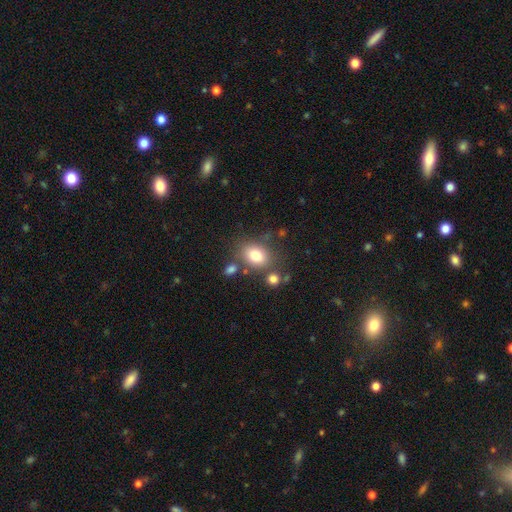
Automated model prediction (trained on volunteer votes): smooth-or-featured: smooth: 78% | star or artifact: 11% | featured or disk: 11%
  how-rounded: in between: 56% | round: 43% | cigar-shaped: 1%
  merging: none: 71% | minor disturbance: 13% | merger: 11% | major disturbance: 5%